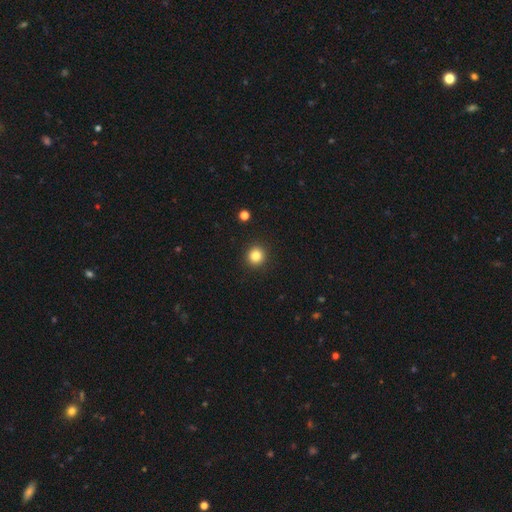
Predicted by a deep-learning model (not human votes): The model was most divided on "smooth or featured": smooth: 84%, star or artifact: 11%, featured or disk: 5%. More confident: how rounded — round (92%); merging — none (92%).